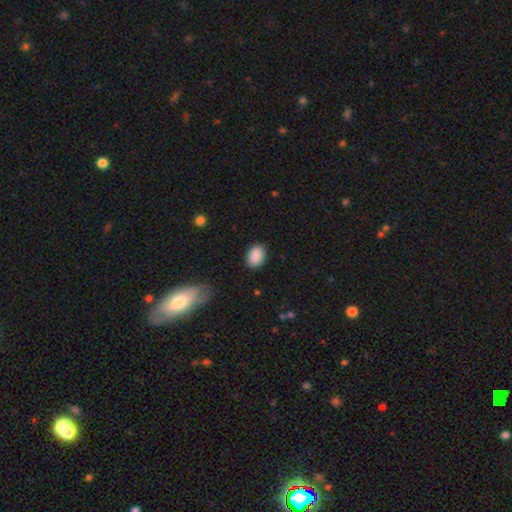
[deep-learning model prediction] Smooth or featured? smooth (89%)
How rounded? in between (77%)
Merging? none (86%)